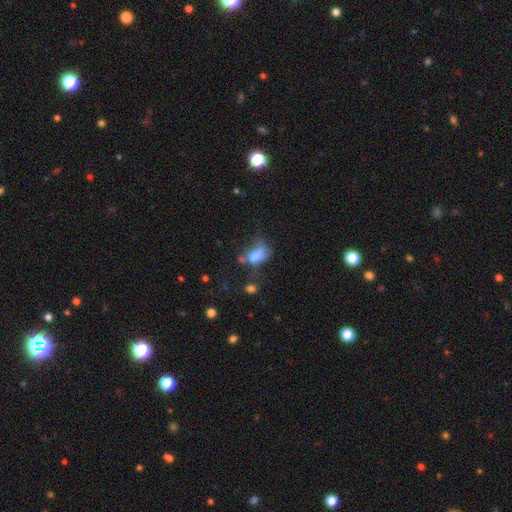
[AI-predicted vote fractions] smooth-or-featured: smooth: 67% | featured or disk: 20% | star or artifact: 12%
  how-rounded: in between: 82% | round: 16% | cigar-shaped: 2%
  merging: major disturbance: 37% | minor disturbance: 24% | none: 21% | merger: 18%